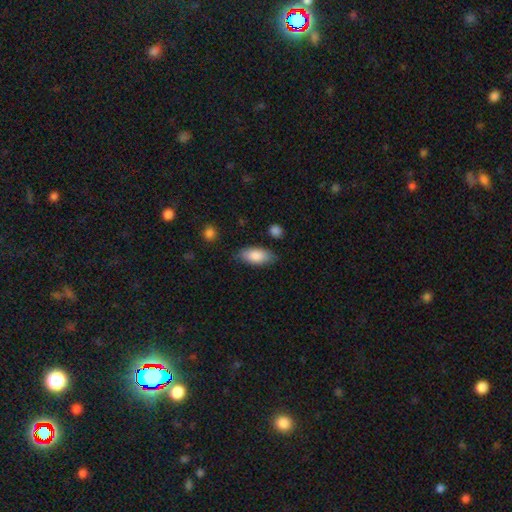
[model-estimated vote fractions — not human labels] A smooth galaxy with no disk features (85%) that is in between round and cigar-shaped (88%).

Vote fractions:
- Smooth or featured? smooth: 85% / featured or disk: 9% / star or artifact: 6%
- How rounded? in between: 88% / cigar-shaped: 10% / round: 2%
- Merging? none: 80% / minor disturbance: 15% / major disturbance: 3% / merger: 2%